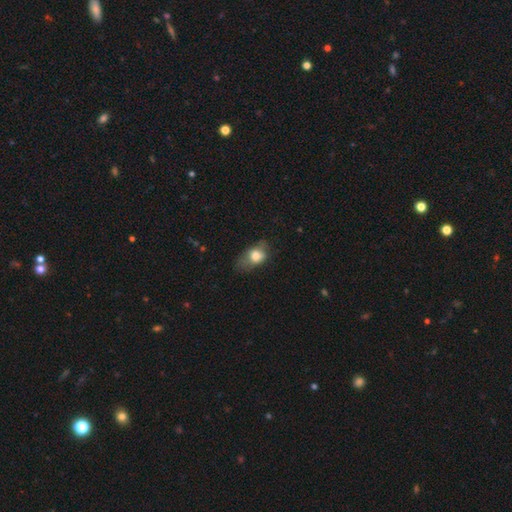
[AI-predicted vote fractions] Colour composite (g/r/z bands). It shows a smooth galaxy with no disk features (74%) that is in between round and cigar-shaped (77%). Merging: none (36%, tied with minor disturbance).